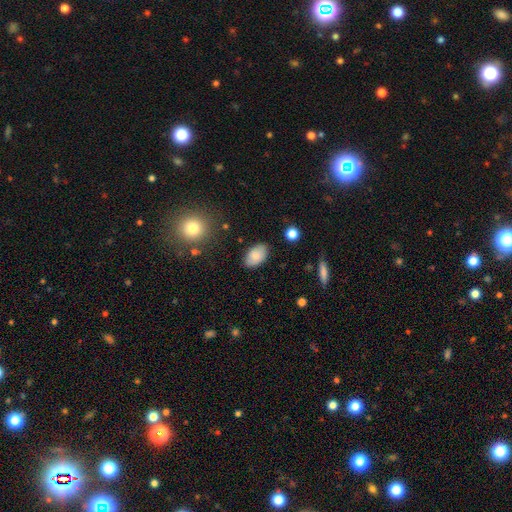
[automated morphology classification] This appears to be a smooth galaxy with no disk features (81%) that is in between round and cigar-shaped (92%). Merging: none (83%).